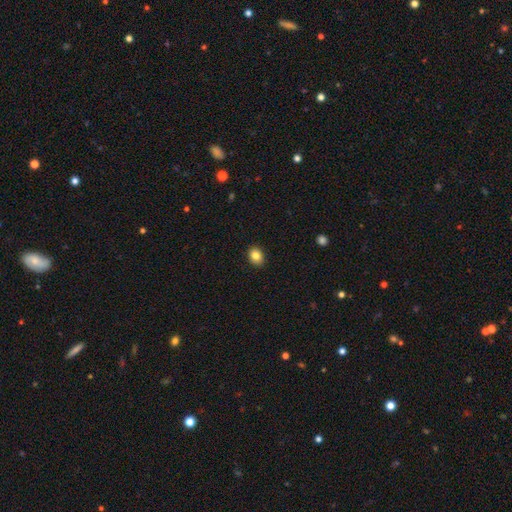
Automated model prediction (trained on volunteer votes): Smooth or featured? Predicted: smooth (p=0.84). How rounded? Predicted: in between (p=0.55). Merging? Predicted: none (p=0.90).